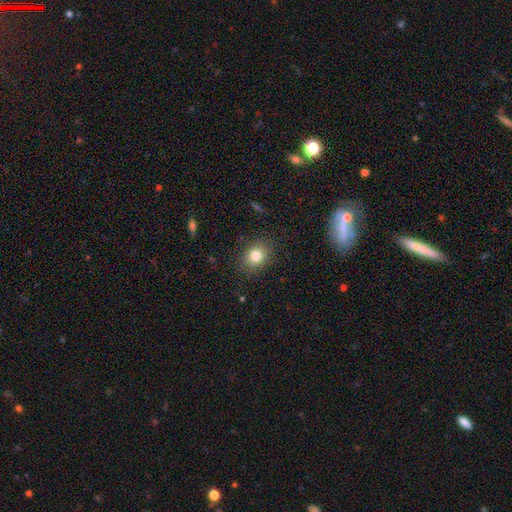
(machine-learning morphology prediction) smooth 82%, star or artifact 10%, featured or disk 8%. Down the decision tree: how rounded — in between (51%); merging — none (85%).